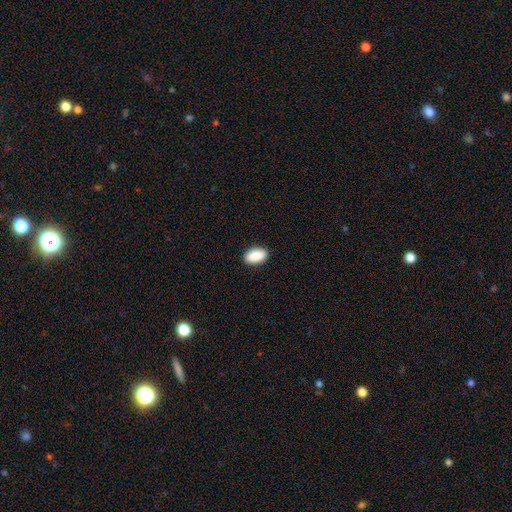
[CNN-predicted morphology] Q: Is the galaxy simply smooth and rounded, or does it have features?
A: smooth — 91%.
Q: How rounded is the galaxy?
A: in between — 94%.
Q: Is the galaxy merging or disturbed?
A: none — 90%.